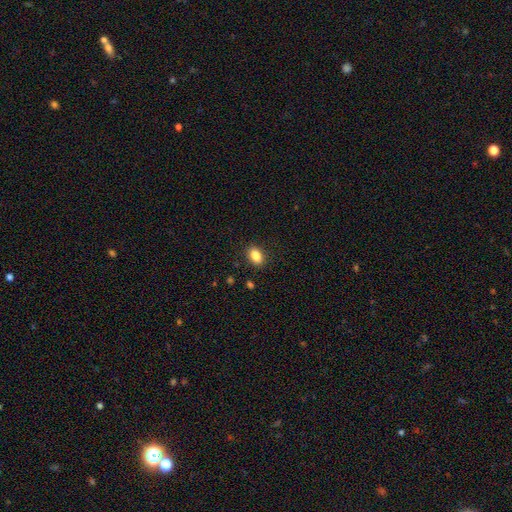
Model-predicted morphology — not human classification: Smooth or featured? smooth (86%)
How rounded? in between (84%)
Merging? none (88%)